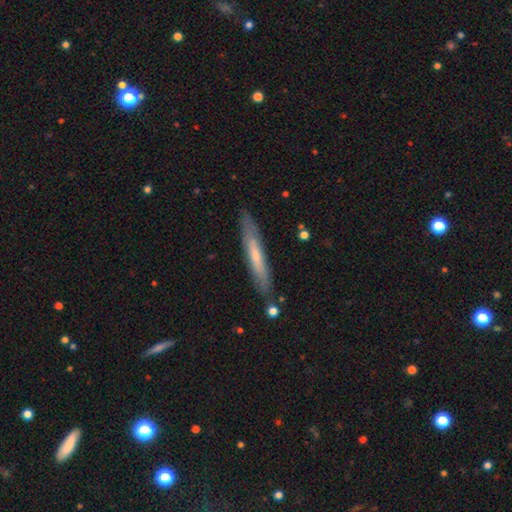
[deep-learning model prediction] Q: Smooth or featured?
A: smooth (48%); runner-up: featured or disk (47%)
Q: Merging?
A: none (84%); runner-up: minor disturbance (11%)